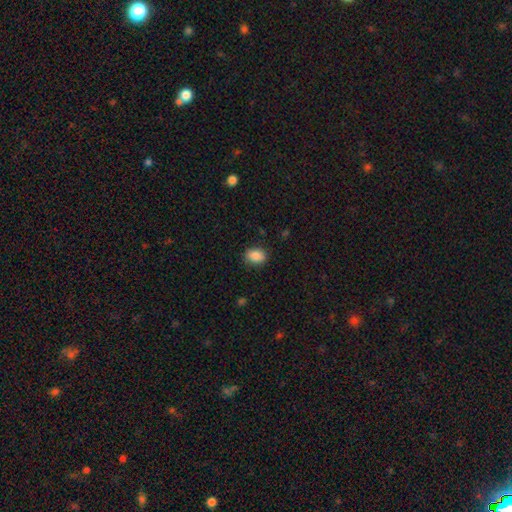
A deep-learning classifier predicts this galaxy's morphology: Q: Smooth or featured?
A: smooth (87%); runner-up: star or artifact (8%)
Q: How rounded?
A: in between (74%); runner-up: round (25%)
Q: Merging?
A: none (83%); runner-up: minor disturbance (13%)